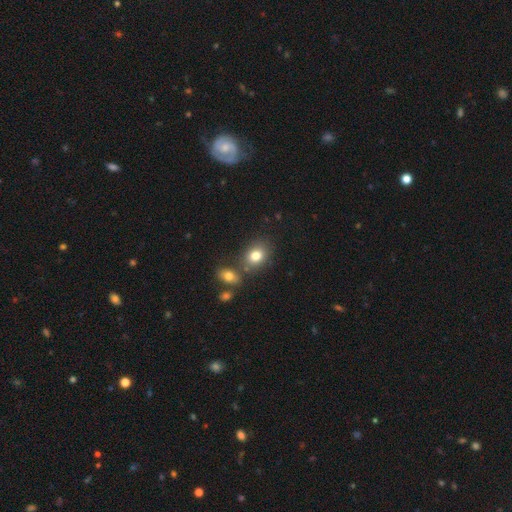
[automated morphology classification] The model was most divided on "how rounded": in between: 54%, round: 44%, cigar-shaped: 1%. More confident: smooth or featured — smooth (79%); merging — none (64%).